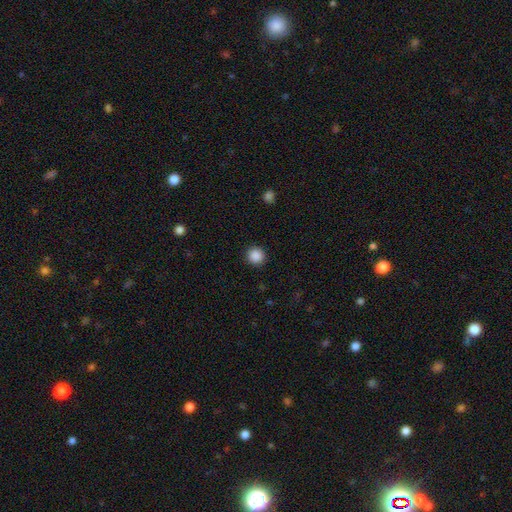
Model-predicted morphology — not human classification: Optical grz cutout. It shows a smooth galaxy with no disk features (88%) that is round (95%). Merging: none (92%).